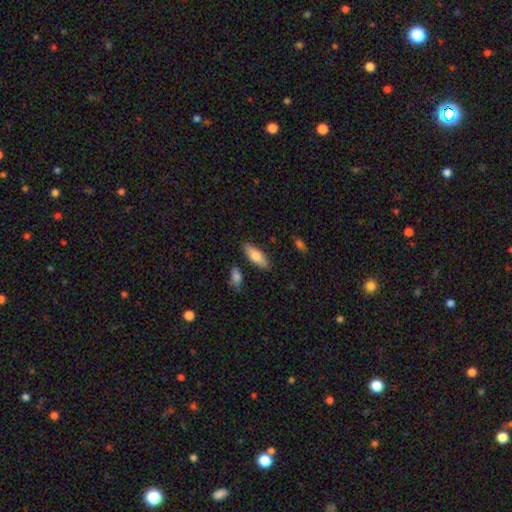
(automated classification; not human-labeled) Smooth or featured? Predicted: smooth (p=0.76). How rounded? Predicted: in between (p=0.63). Merging? Predicted: none (p=0.83).